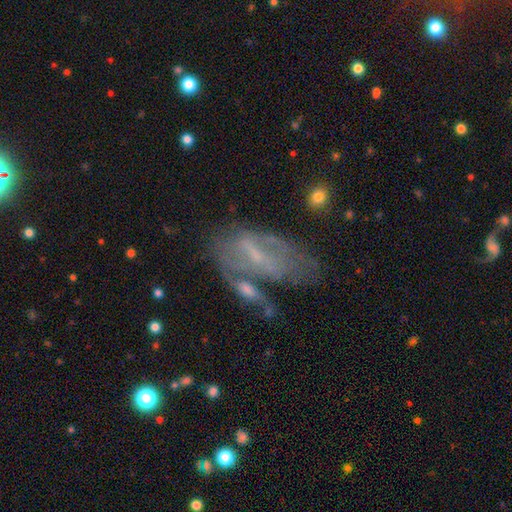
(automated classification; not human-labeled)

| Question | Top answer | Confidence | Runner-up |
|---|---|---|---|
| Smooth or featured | featured or disk | 63% | smooth (25%) |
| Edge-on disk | no | 89% | yes (11%) |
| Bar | weak | 43% | no (30%) |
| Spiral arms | yes | 53% | no (47%) |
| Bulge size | small | 53% | none (24%) |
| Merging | none | 34% | major disturbance (25%) |